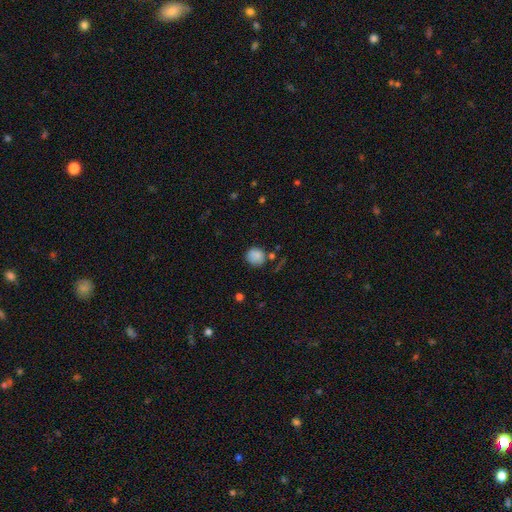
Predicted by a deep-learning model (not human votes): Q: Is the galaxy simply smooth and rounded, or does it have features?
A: smooth — 83%.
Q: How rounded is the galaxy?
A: round — 82%.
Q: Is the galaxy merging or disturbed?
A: none — 68%.